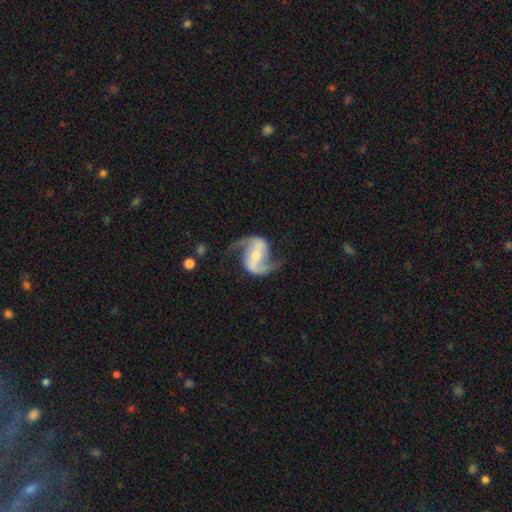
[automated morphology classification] The model was most divided on "spiral winding": loose: 51%, medium: 40%, tight: 9%. More confident: edge-on disk — no (97%); spiral arms — yes (97%); spiral arm count — 2 (94%); smooth or featured — featured or disk (90%); merging — none (76%); bulge size — small (54%); bar — strong (52%).